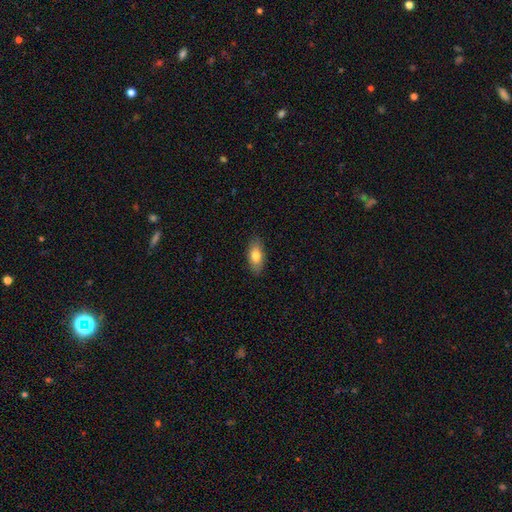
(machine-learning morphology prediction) This is likely a smooth galaxy (79%). How rounded: clearly in between (87%). Merging: clearly none (87%).